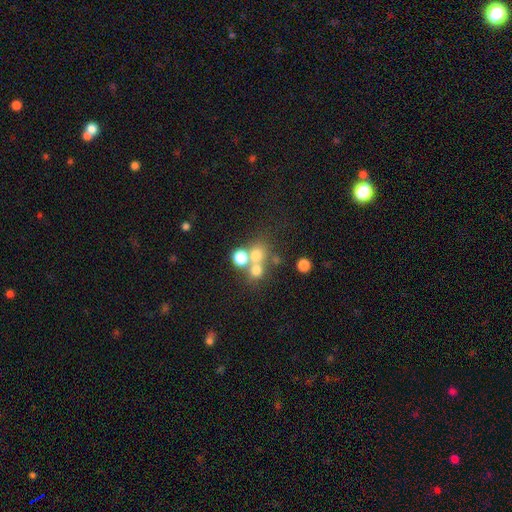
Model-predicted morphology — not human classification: Overall: smooth (66%). How rounded: round (85%). Merging: none (45%; merger 44%).